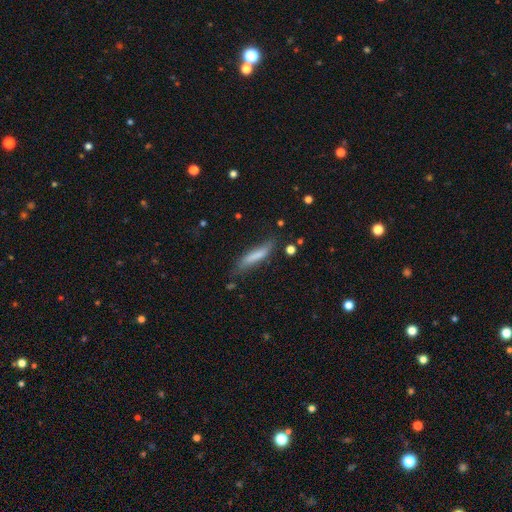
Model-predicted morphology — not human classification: Smooth or featured: smooth — 70% (featured or disk — 23%)
How rounded: cigar-shaped — 83% (in between — 15%)
Merging: none — 63% (minor disturbance — 26%)